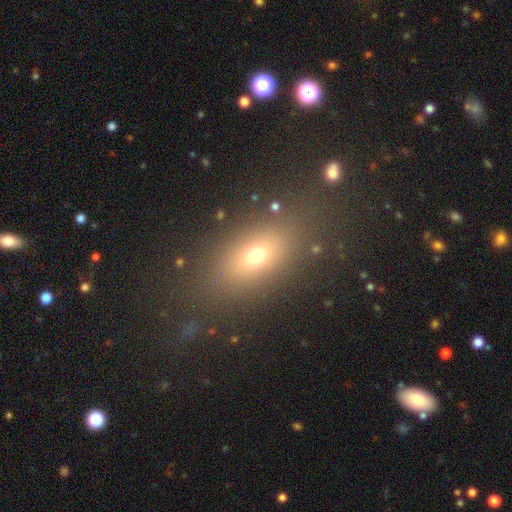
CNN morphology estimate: Smooth or featured? Predicted: smooth (p=0.68). How rounded? Predicted: in between (p=0.73). Merging? Predicted: none (p=0.78).